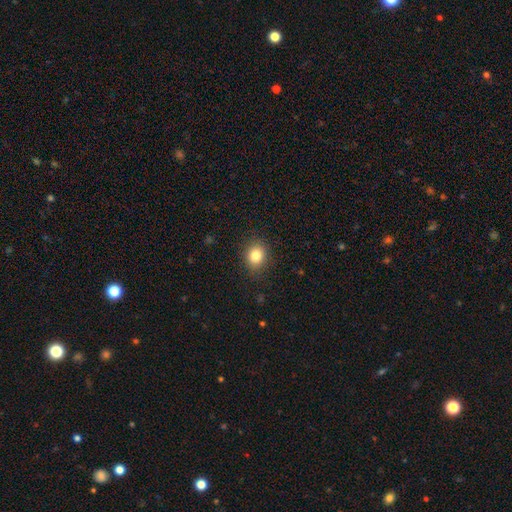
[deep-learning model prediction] This appears to be a smooth galaxy with no disk features (83%) that is round (67%). Merging: none (87%).